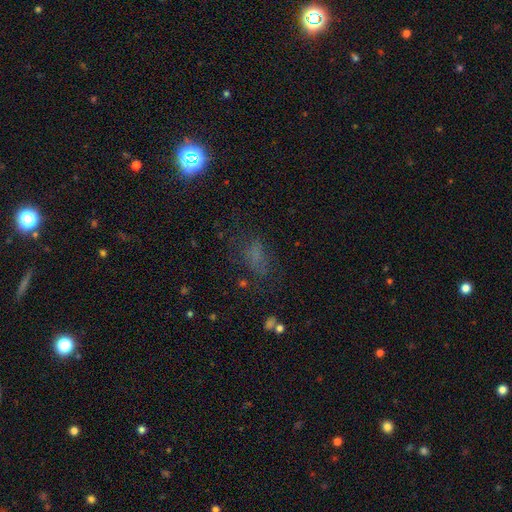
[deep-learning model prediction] A smooth galaxy with no disk features (53%) that is in between round and cigar-shaped (77%). Merging: none (54%).